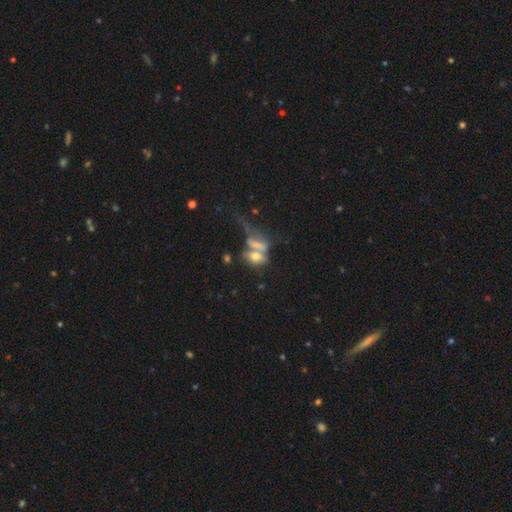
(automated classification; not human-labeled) smooth 52%, featured or disk 34%, star or artifact 14%. Down the decision tree: how rounded — in between (65%); merging — merger (52%).